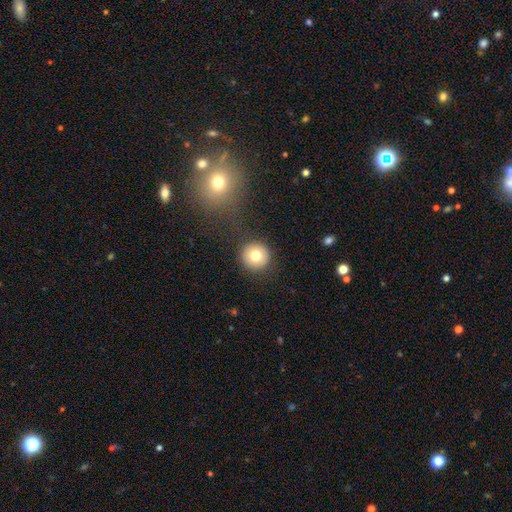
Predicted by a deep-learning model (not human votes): smooth-or-featured: smooth: 78% | featured or disk: 12% | star or artifact: 10%
  how-rounded: round: 95% | in between: 4% | cigar-shaped: 1%
  merging: none: 90% | minor disturbance: 6% | major disturbance: 2% | merger: 2%